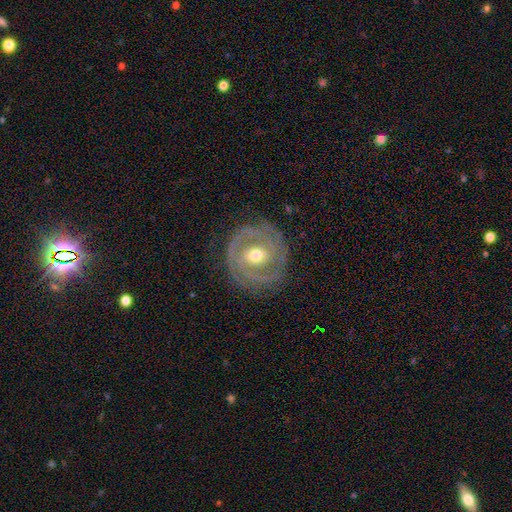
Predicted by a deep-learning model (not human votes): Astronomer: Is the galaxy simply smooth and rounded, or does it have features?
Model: featured or disk — 82%.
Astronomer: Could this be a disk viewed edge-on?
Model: no — 96%.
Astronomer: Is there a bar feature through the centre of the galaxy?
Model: no — 44% (runner-up: weak, 38%).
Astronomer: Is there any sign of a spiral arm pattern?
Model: yes — 84%.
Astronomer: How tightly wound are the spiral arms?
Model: tight — 72%.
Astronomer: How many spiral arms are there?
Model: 2 — 46% (runner-up: can't tell, 24%).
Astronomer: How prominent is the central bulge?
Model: moderate — 74%.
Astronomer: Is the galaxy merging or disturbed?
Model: none — 81%.